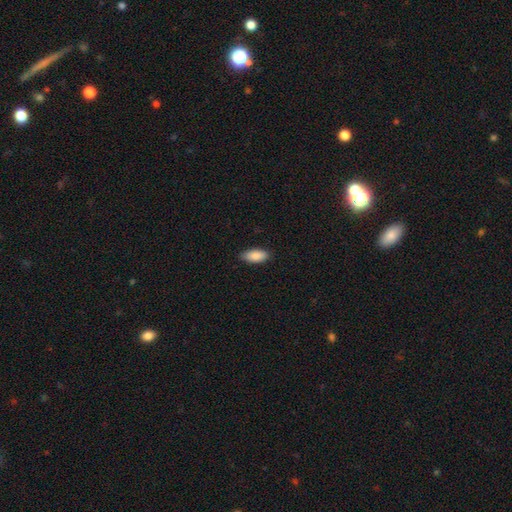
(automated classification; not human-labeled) Smooth or featured? Predicted: smooth (p=0.88). How rounded? Predicted: in between (p=0.89). Merging? Predicted: none (p=0.86).